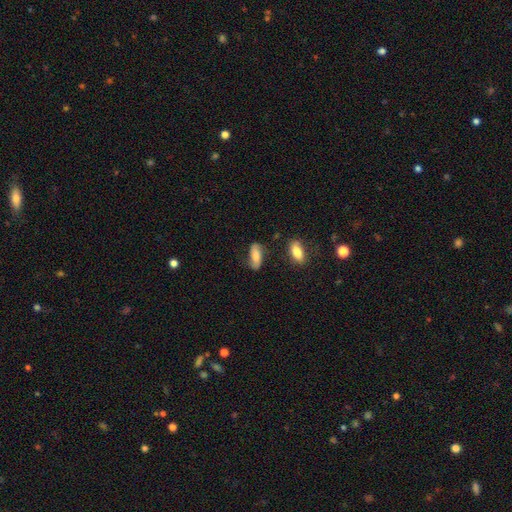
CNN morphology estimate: This appears to be a smooth galaxy with no disk features (67%) that is in between round and cigar-shaped (80%). Merging: none (66%).